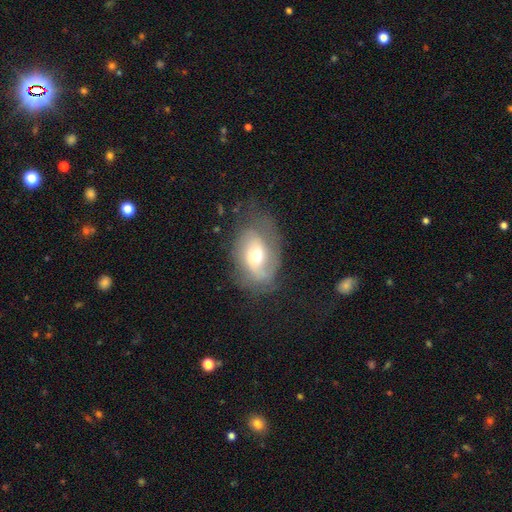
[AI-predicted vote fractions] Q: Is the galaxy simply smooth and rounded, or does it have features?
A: featured or disk — 60%.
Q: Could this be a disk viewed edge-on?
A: no — 95%.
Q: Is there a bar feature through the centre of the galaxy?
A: no — 50%.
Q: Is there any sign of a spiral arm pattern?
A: yes — 79%.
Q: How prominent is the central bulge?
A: moderate — 65%.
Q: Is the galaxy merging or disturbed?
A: none — 53%.